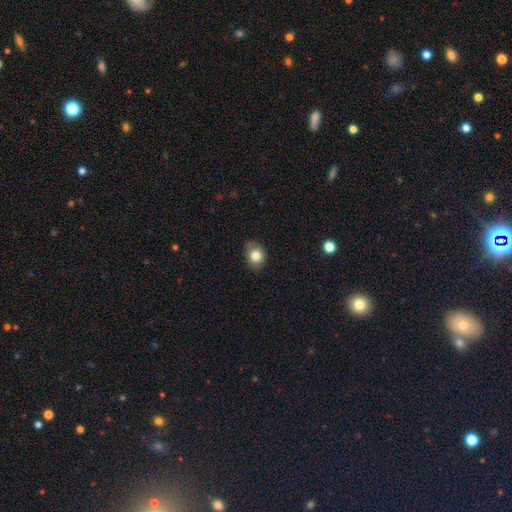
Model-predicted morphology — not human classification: Q: Smooth or featured?
A: smooth (81%); runner-up: star or artifact (10%)
Q: How rounded?
A: round (51%); runner-up: in between (48%)
Q: Merging?
A: none (70%); runner-up: minor disturbance (24%)